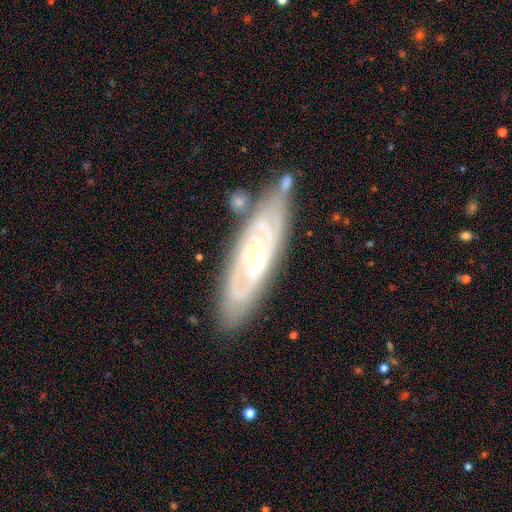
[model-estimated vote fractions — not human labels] smooth-or-featured: featured or disk: 83% | smooth: 12% | star or artifact: 5%
  disk-edge-on: no: 82% | yes: 18%
    bar: no: 61% | weak: 27% | strong: 12%
    has-spiral-arms: yes: 82% | no: 18%
      spiral-winding: tight: 71% | medium: 23% | loose: 6%
      spiral-arm-count: can't tell: 46% | 2: 34% | 3: 9% | 4: 4% | 1: 4% | more than 4: 3%
    bulge-size: small: 55% | moderate: 41% | large: 2% | none: 1% | dominant: 1%
  merging: none: 74% | minor disturbance: 16% | merger: 5% | major disturbance: 5%